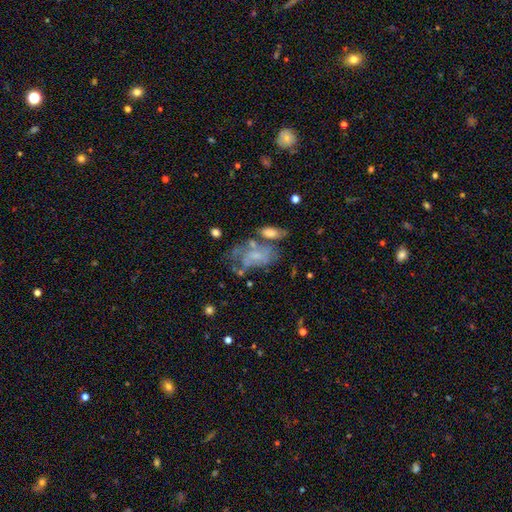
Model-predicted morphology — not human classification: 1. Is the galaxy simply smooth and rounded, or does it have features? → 60% featured or disk, 29% smooth, 11% star or artifact.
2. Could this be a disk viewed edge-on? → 95% no, 5% yes.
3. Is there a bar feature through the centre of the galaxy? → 73% no, 22% weak, 4% strong.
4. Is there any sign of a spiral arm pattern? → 59% yes, 41% no.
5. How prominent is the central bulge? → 54% small, 22% none, 20% moderate, 3% large, 1% dominant.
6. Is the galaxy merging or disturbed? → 32% none, 25% major disturbance, 22% minor disturbance, 22% merger.